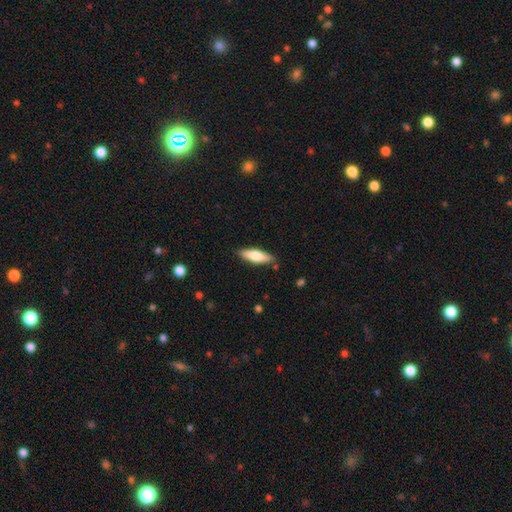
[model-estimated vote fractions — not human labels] Overall: smooth (69%). How rounded: cigar-shaped (49%, tied with in between). Merging: none (85%).